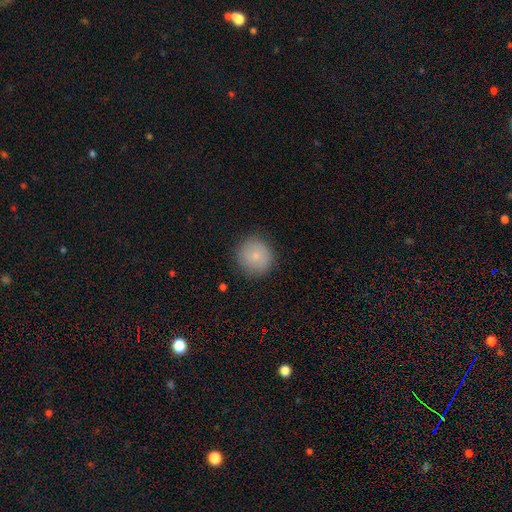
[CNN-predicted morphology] Q: Smooth or featured?
A: smooth (80%); runner-up: featured or disk (12%)
Q: How rounded?
A: round (94%); runner-up: in between (5%)
Q: Merging?
A: none (86%); runner-up: minor disturbance (10%)